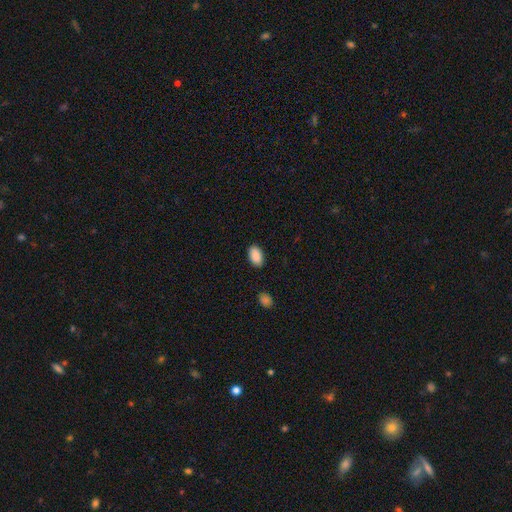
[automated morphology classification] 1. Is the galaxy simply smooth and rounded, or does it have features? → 90% smooth, 7% star or artifact, 3% featured or disk.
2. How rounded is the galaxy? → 93% in between, 6% round, 1% cigar-shaped.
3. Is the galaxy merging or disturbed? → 86% none, 10% minor disturbance, 2% major disturbance, 2% merger.